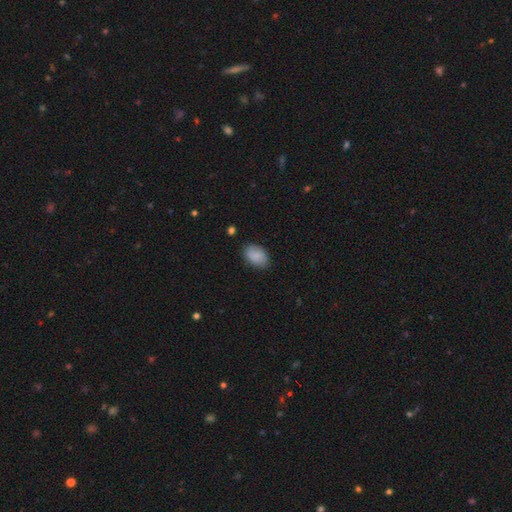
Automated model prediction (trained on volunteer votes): A smooth galaxy with no disk features (88%) that is in between round and cigar-shaped (89%). Merging: none (84%).